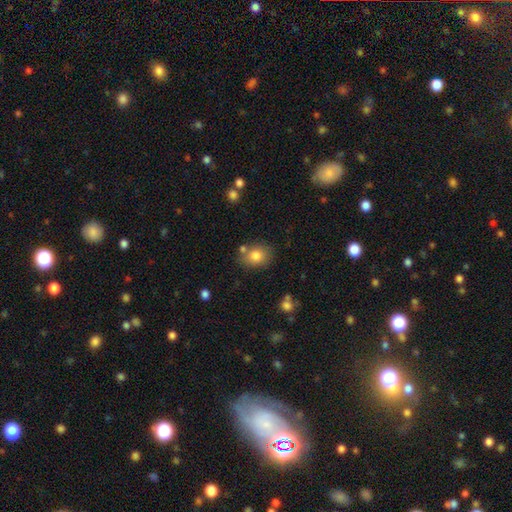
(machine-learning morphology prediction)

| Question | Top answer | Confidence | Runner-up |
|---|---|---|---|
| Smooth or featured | smooth | 80% | featured or disk (11%) |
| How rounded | in between | 50% | round (49%) |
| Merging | none | 72% | minor disturbance (14%) |